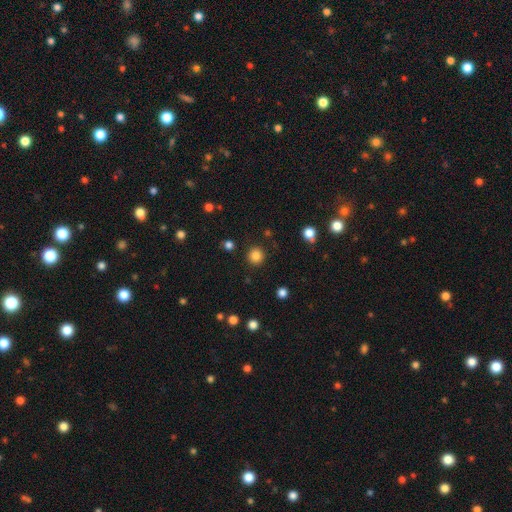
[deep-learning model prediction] smooth-or-featured: smooth: 85% | star or artifact: 12% | featured or disk: 4%
  how-rounded: round: 94% | in between: 5% | cigar-shaped: 1%
  merging: none: 91% | minor disturbance: 5% | major disturbance: 2% | merger: 2%